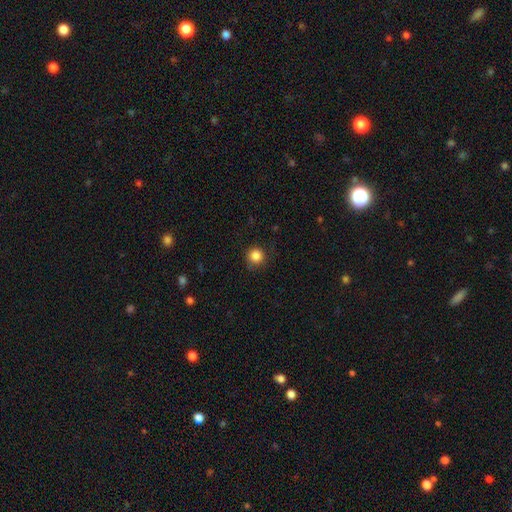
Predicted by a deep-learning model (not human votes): This is clearly a smooth galaxy (85%). How rounded: clearly round (94%). Merging: clearly none (86%).